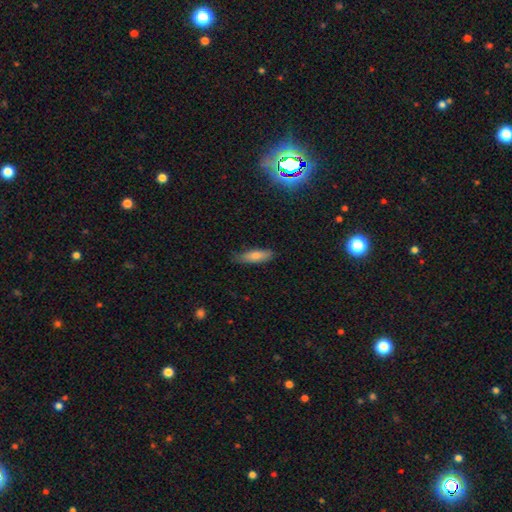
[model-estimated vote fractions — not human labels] Q: Smooth or featured?
A: smooth (79%); runner-up: featured or disk (14%)
Q: How rounded?
A: in between (49%); tied with: cigar-shaped (49%)
Q: Merging?
A: none (75%); runner-up: minor disturbance (21%)